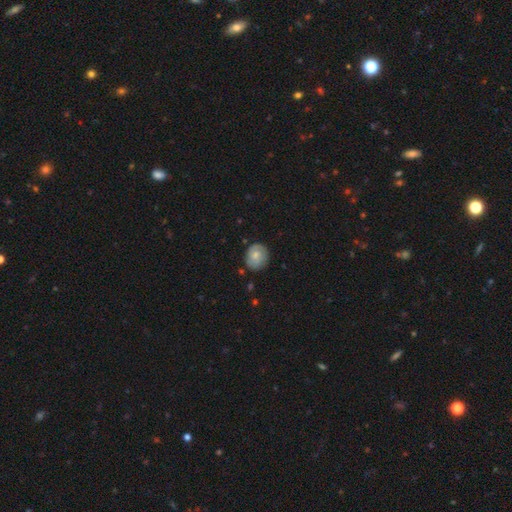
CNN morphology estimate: smooth-or-featured: smooth: 63% | featured or disk: 30% | star or artifact: 7%
  how-rounded: round: 71% | in between: 28% | cigar-shaped: 1%
  merging: none: 74% | minor disturbance: 20% | major disturbance: 4% | merger: 2%